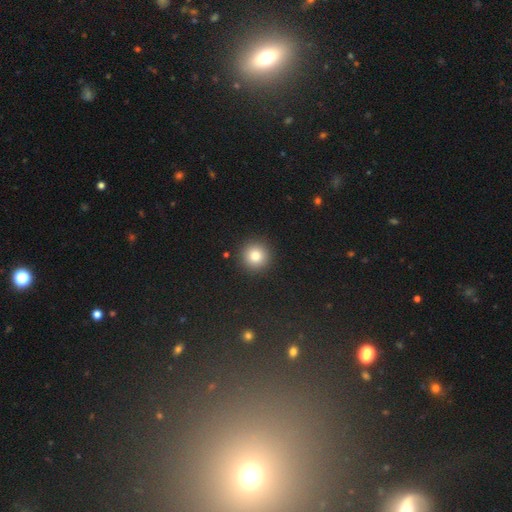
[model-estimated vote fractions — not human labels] A smooth galaxy with no disk features (81%) that is round (95%). Merging: none (91%).